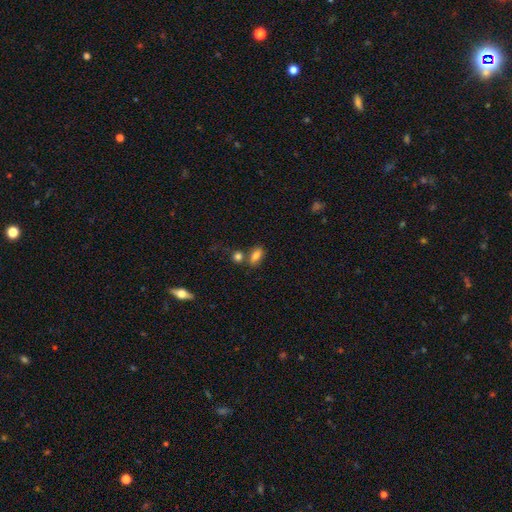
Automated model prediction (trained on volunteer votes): Smooth or featured? smooth (81%)
How rounded? in between (84%)
Merging? none (59%)